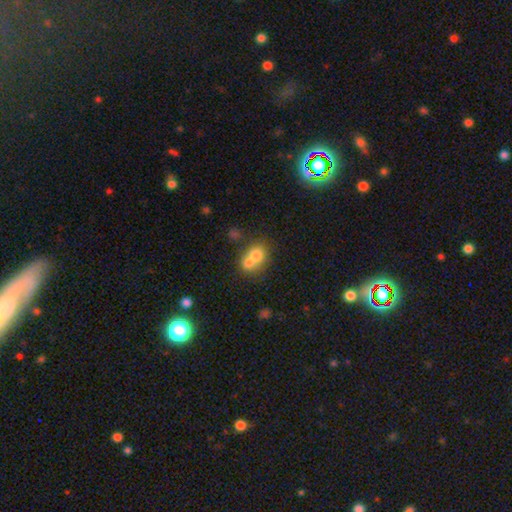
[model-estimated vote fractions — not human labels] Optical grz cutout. It shows a smooth galaxy with no disk features (70%) that is round (60%). Merging: merger (61%).